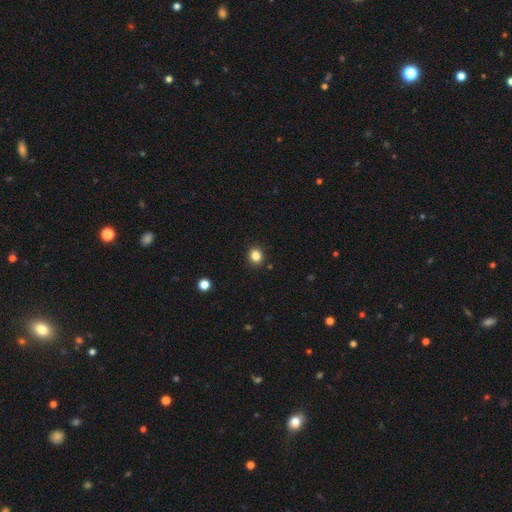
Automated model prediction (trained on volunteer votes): smooth 84%, star or artifact 12%, featured or disk 4%. Down the decision tree: how rounded — round (84%); merging — none (91%).